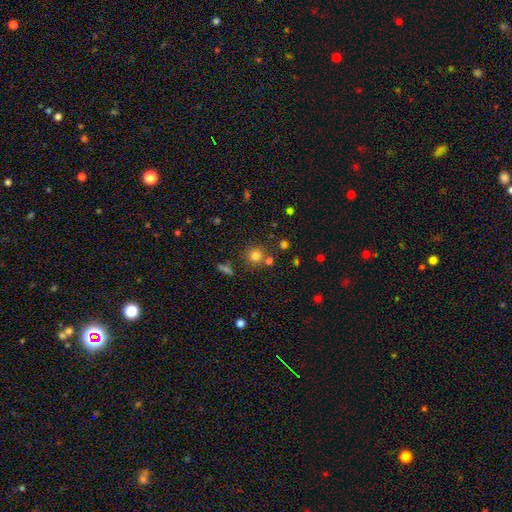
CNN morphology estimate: Overall: smooth (76%). How rounded: round (90%). Merging: none (73%).